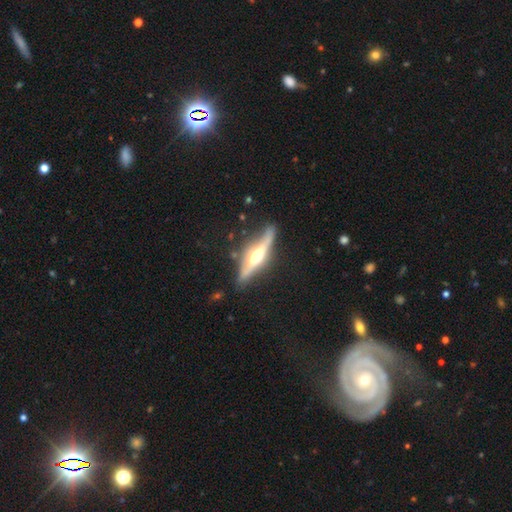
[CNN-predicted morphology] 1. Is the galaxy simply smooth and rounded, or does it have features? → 76% featured or disk, 19% smooth, 5% star or artifact.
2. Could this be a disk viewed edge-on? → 93% yes, 7% no.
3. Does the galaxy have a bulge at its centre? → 86% rounded, 10% boxy, 4% none.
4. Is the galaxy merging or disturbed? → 77% none, 15% minor disturbance, 4% major disturbance, 3% merger.